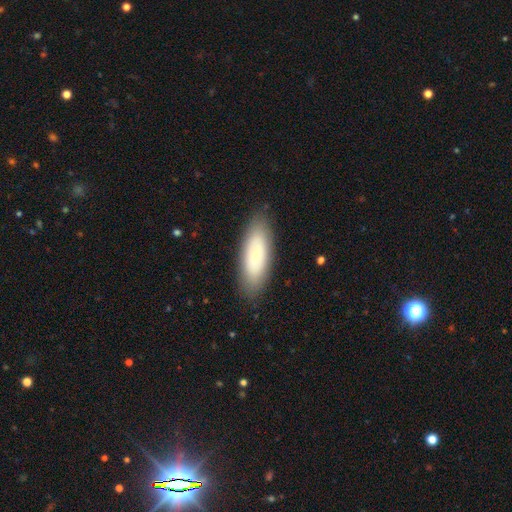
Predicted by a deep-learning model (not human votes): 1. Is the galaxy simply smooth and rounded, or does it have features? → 67% smooth, 26% featured or disk, 7% star or artifact.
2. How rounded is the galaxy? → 69% in between, 29% cigar-shaped, 2% round.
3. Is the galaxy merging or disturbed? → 86% none, 10% minor disturbance, 3% major disturbance, 1% merger.